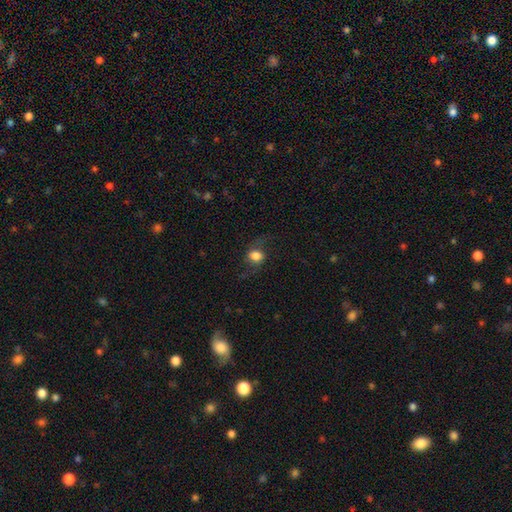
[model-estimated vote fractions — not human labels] Smooth or featured: smooth — 65% (featured or disk — 25%)
How rounded: round — 67% (in between — 31%)
Merging: none — 66% (minor disturbance — 18%)